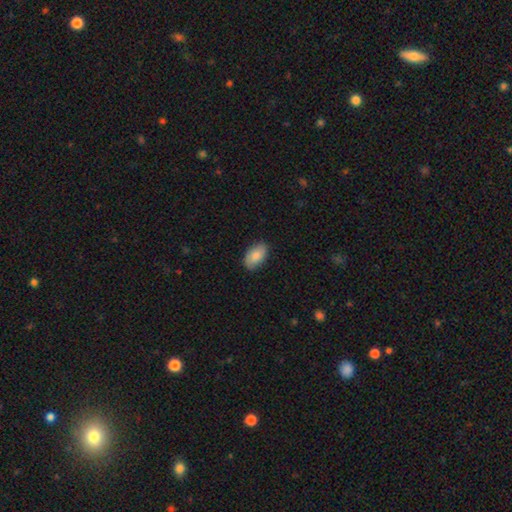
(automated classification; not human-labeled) smooth 85%, featured or disk 9%, star or artifact 6%. Down the decision tree: how rounded — in between (94%); merging — none (86%).